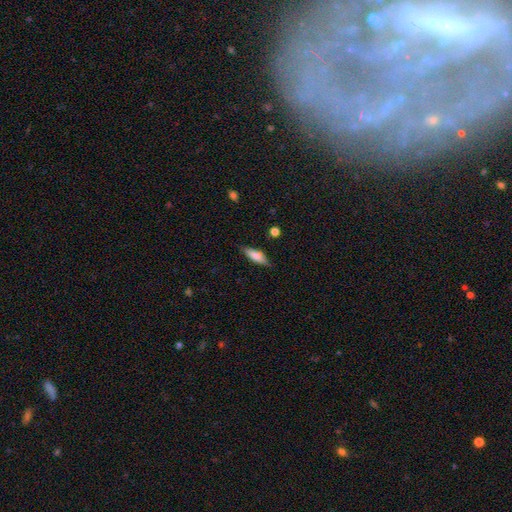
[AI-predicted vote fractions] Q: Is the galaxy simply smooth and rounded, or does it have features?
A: smooth — 70%.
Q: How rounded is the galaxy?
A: cigar-shaped — 56%.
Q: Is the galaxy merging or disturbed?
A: none — 83%.